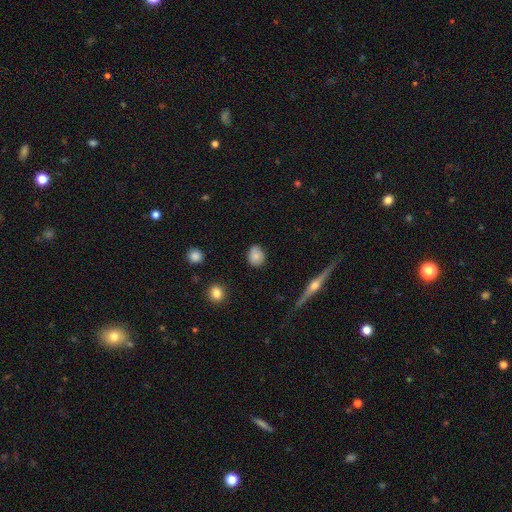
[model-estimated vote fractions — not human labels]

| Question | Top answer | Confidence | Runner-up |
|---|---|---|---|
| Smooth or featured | smooth | 79% | featured or disk (12%) |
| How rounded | round | 55% | in between (43%) |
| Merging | none | 82% | minor disturbance (14%) |